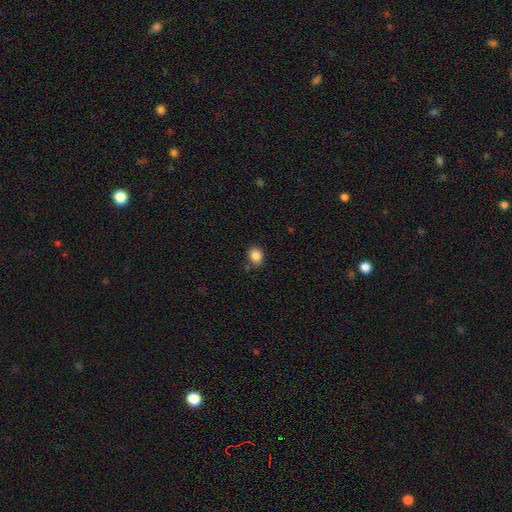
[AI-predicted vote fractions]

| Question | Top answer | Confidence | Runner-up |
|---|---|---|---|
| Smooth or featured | smooth | 86% | star or artifact (10%) |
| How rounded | round | 50% | in between (49%) |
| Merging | none | 82% | minor disturbance (11%) |